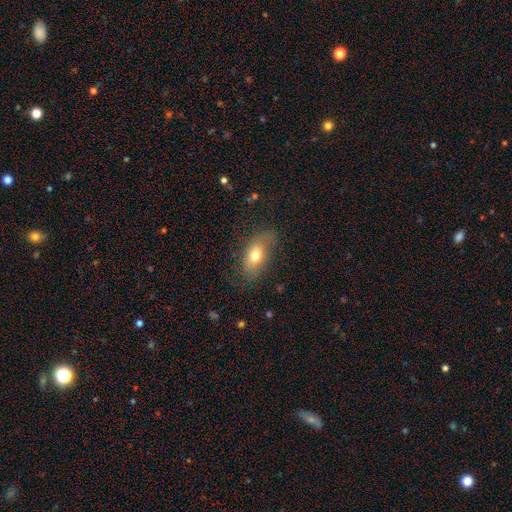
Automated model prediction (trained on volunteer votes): This appears to be a smooth galaxy with no disk features (69%) that is in between round and cigar-shaped (87%). Merging: none (69%).